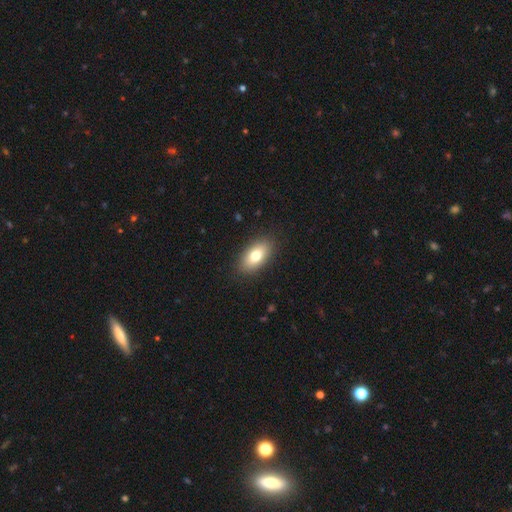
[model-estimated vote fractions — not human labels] Overall: smooth (76%). How rounded: in between (90%). Merging: none (88%).